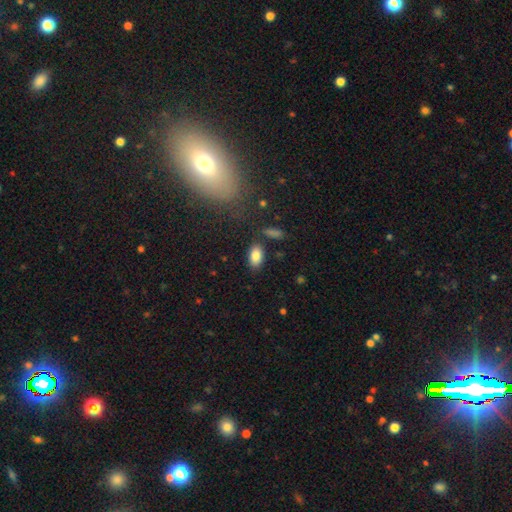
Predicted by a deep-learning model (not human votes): smooth 86%, star or artifact 8%, featured or disk 6%. Down the decision tree: how rounded — in between (92%); merging — none (82%).